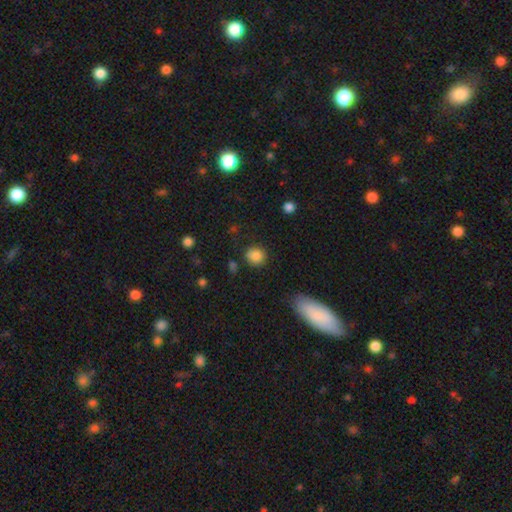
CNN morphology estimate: This appears to be a smooth galaxy with no disk features (85%) that is round (84%). Merging: none (82%).